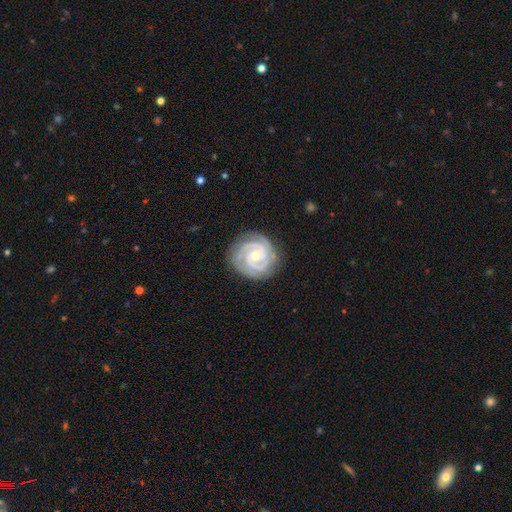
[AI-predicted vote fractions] featured or disk 91%, smooth 5%, star or artifact 4%. Down the decision tree: edge-on disk — no (98%); bar — no (62%); spiral arms — yes (98%); spiral arm count — 2 (58%); spiral winding — tight (77%); bulge size — small (57%); merging — none (82%).